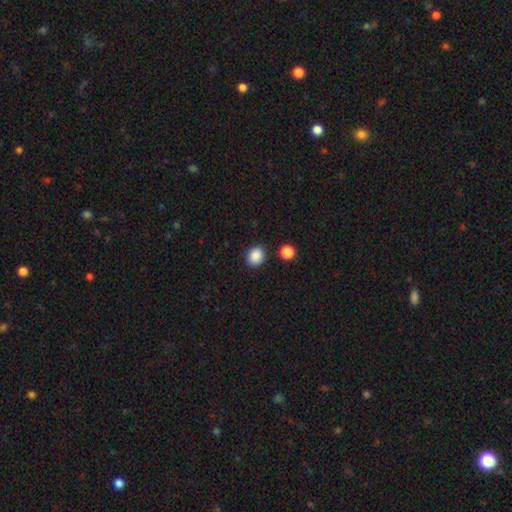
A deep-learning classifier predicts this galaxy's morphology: Smooth or featured? Predicted: smooth (p=0.88). How rounded? Predicted: round (p=0.55). Merging? Predicted: none (p=0.87).